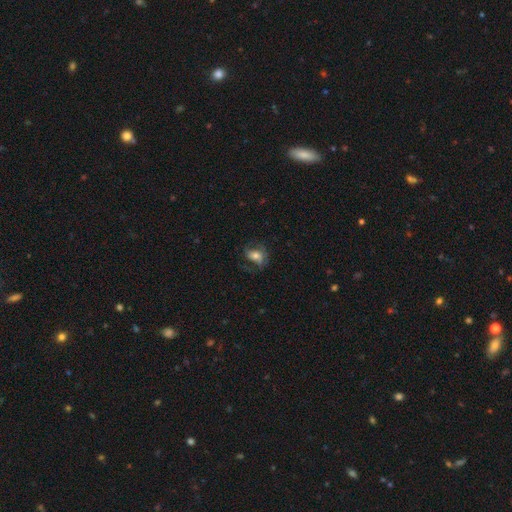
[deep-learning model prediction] smooth_or_featured: featured or disk (p=0.47) [alt: smooth p=0.43]
merging: none (p=0.58) [alt: minor disturbance p=0.21]